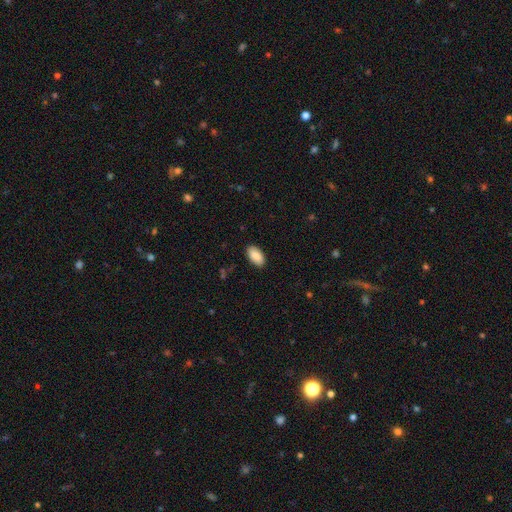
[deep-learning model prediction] smooth-or-featured: smooth: 89% | star or artifact: 6% | featured or disk: 5%
  how-rounded: in between: 95% | round: 2% | cigar-shaped: 2%
  merging: none: 89% | minor disturbance: 8% | major disturbance: 2% | merger: 1%